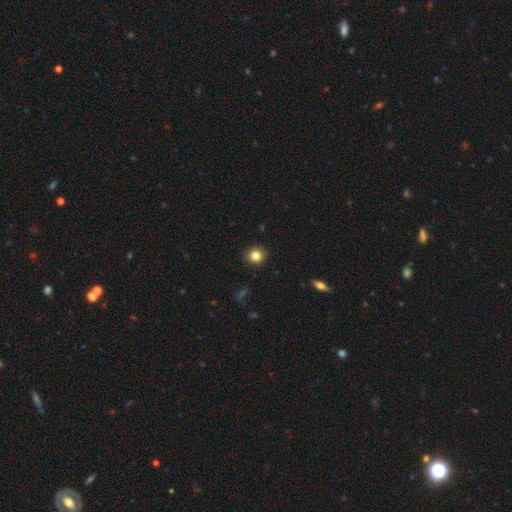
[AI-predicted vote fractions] Smooth or featured? Predicted: smooth (p=0.83). How rounded? Predicted: round (p=0.91). Merging? Predicted: none (p=0.91).